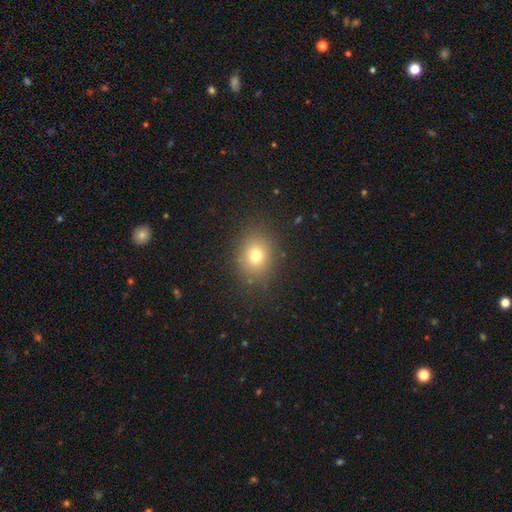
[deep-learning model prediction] A smooth galaxy with no disk features (74%) that is round (65%). Merging: none (85%).